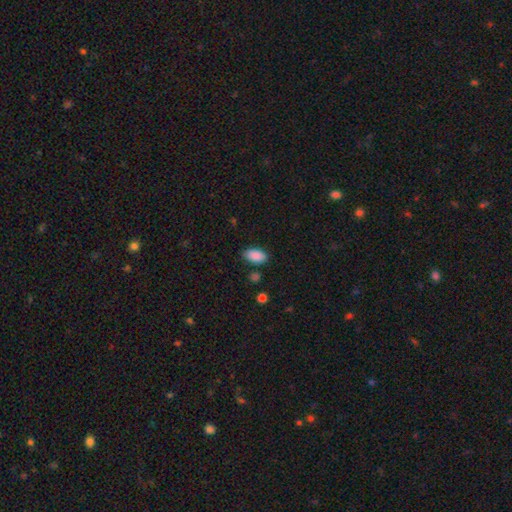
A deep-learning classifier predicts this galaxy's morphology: Q: Smooth or featured?
A: smooth (88%); runner-up: star or artifact (7%)
Q: How rounded?
A: in between (94%); runner-up: round (4%)
Q: Merging?
A: none (80%); runner-up: minor disturbance (14%)